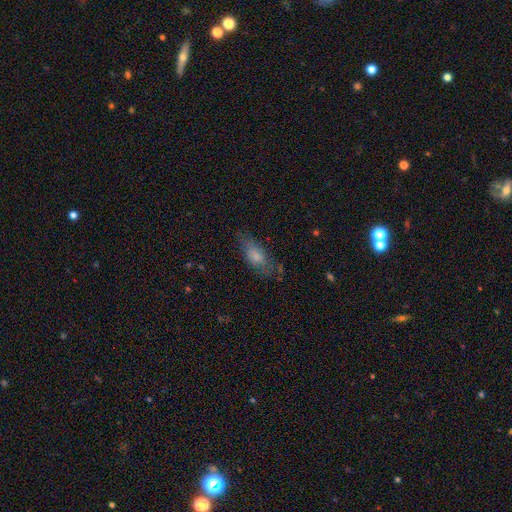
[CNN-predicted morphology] The model was most divided on "merging": none: 62%, minor disturbance: 24%, major disturbance: 11%, merger: 2%. More confident: how rounded — in between (73%); smooth or featured — smooth (69%).